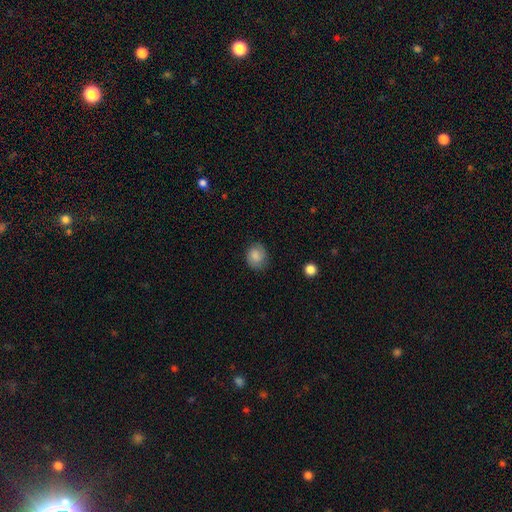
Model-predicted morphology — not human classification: Q: Smooth or featured?
A: smooth (82%); runner-up: featured or disk (10%)
Q: How rounded?
A: round (65%); runner-up: in between (34%)
Q: Merging?
A: none (77%); runner-up: minor disturbance (18%)